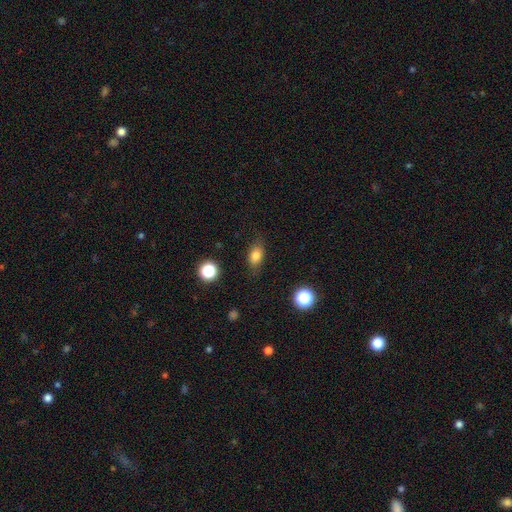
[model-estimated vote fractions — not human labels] A smooth galaxy with no disk features (80%) that is in between round and cigar-shaped (78%).

Vote fractions:
- Smooth or featured? smooth: 80% / star or artifact: 10% / featured or disk: 10%
- How rounded? in between: 78% / round: 16% / cigar-shaped: 6%
- Merging? none: 79% / minor disturbance: 15% / major disturbance: 4% / merger: 1%